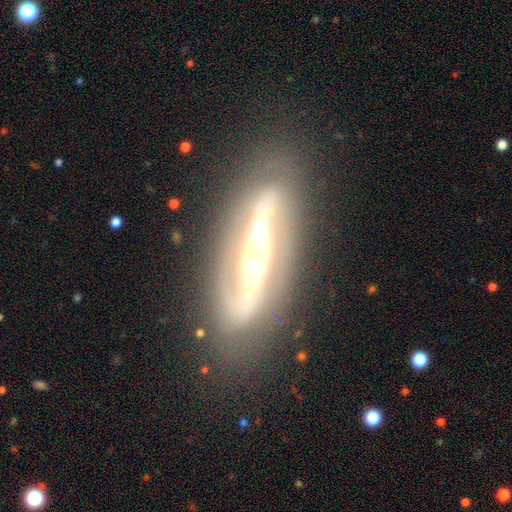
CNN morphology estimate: A featured or disk galaxy (85%) with a strong bar (77%), spiral arms (79%) and a moderate central bulge (47%). Merging: none (80%).